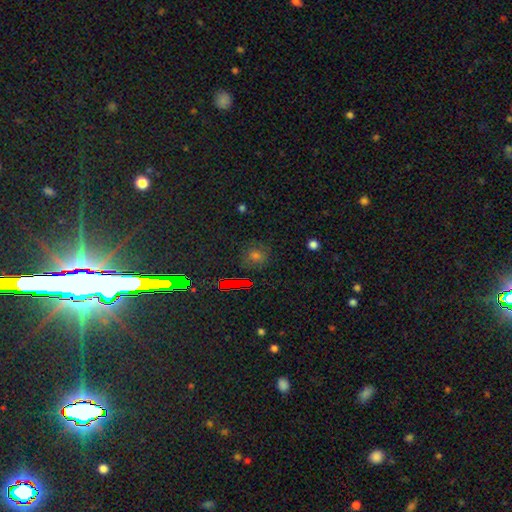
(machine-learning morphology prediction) Smooth or featured? Predicted: smooth (p=0.52). How rounded? Predicted: round (p=0.83). Merging? Predicted: none (p=0.83).